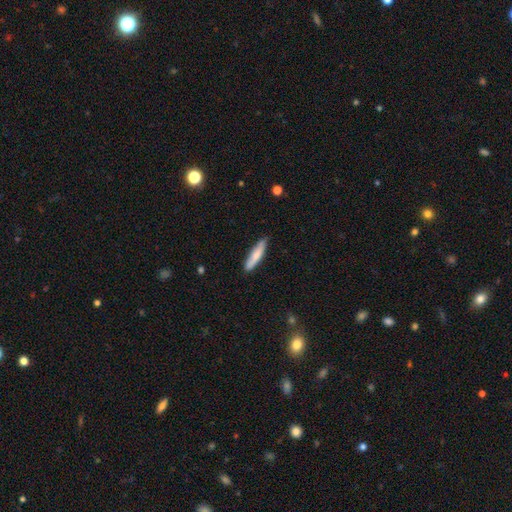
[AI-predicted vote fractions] Q: Smooth or featured?
A: smooth (72%); runner-up: featured or disk (23%)
Q: How rounded?
A: cigar-shaped (84%); runner-up: in between (15%)
Q: Merging?
A: none (84%); runner-up: minor disturbance (13%)